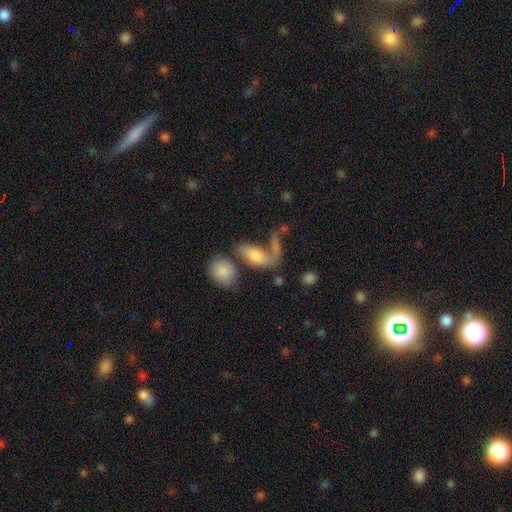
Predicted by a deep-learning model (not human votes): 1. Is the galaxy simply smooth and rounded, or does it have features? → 66% smooth, 24% featured or disk, 10% star or artifact.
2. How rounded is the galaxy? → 82% in between, 10% round, 9% cigar-shaped.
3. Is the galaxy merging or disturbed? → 35% merger, 28% none, 23% major disturbance, 14% minor disturbance.